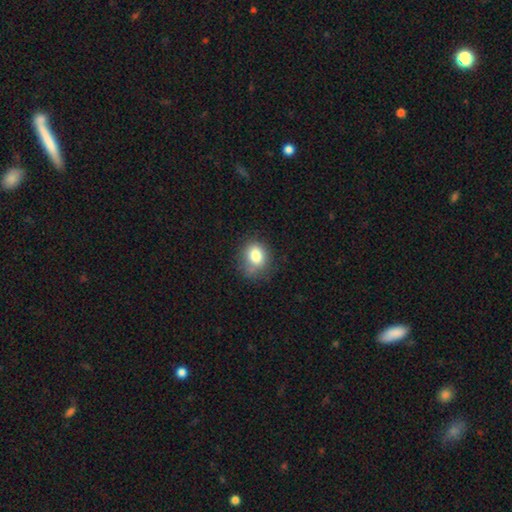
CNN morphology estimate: smooth_or_featured: smooth (p=0.80) [alt: star or artifact p=0.10]
how_rounded: round (p=0.52) [alt: in between p=0.47]
merging: none (p=0.66) [alt: minor disturbance p=0.24]